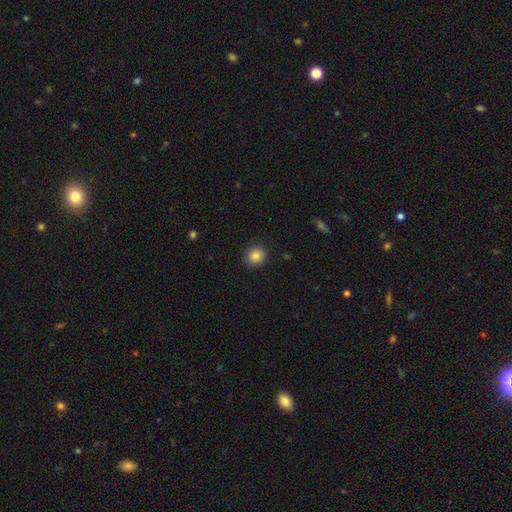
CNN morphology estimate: Smooth or featured?
  - smooth: 86% *
  - star or artifact: 10%
  - featured or disk: 4%
How rounded?
  - round: 88% *
  - in between: 11%
  - cigar-shaped: 1%
Merging?
  - none: 89% *
  - minor disturbance: 8%
  - major disturbance: 2%
  - merger: 1%